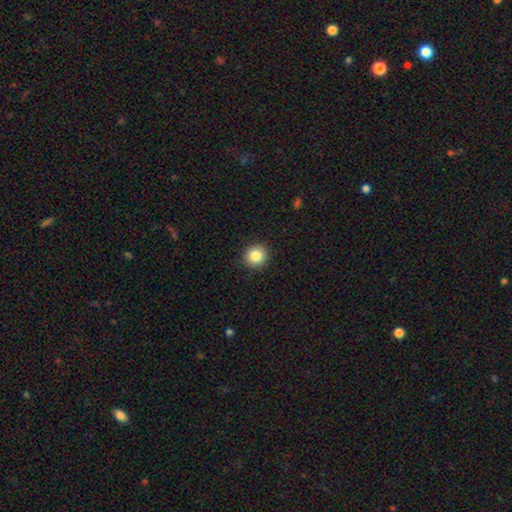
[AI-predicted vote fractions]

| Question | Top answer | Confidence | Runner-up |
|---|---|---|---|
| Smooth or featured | smooth | 85% | star or artifact (10%) |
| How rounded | round | 92% | in between (7%) |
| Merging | none | 92% | minor disturbance (6%) |